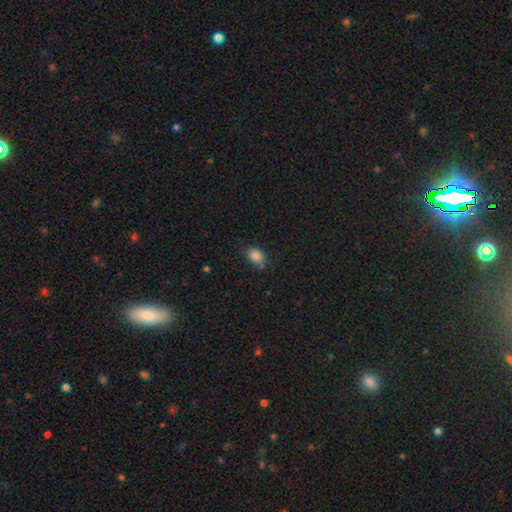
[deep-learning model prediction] Morphology: type=smooth (84%); roundness=in between (71%); merging=none (65%).